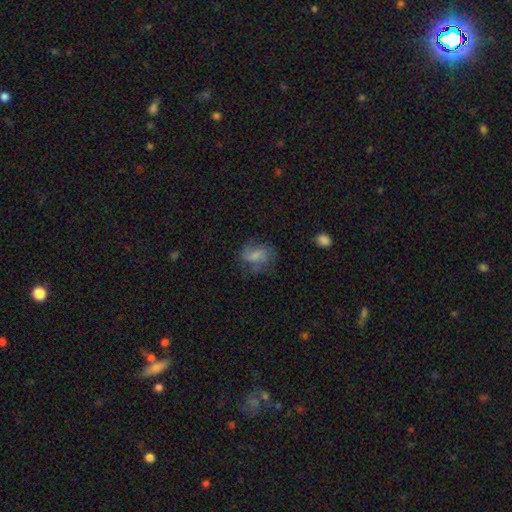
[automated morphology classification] A smooth galaxy with no disk features (57%) that is in between round and cigar-shaped (63%). Merging: none (51%).